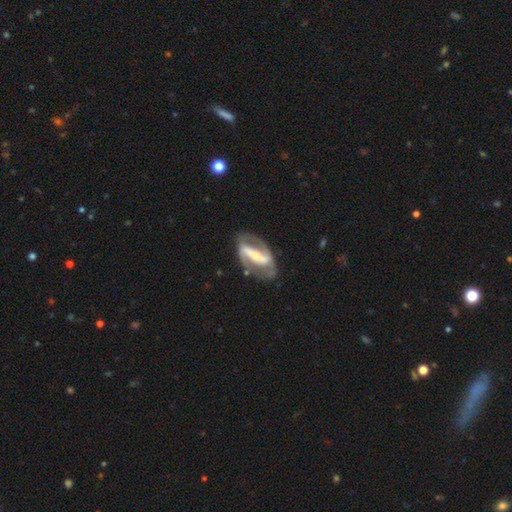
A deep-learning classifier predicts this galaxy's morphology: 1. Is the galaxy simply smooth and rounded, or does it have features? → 84% featured or disk, 11% smooth, 5% star or artifact.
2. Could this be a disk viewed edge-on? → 93% no, 7% yes.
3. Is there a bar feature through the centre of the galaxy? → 74% strong, 17% weak, 10% no.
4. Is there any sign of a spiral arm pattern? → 86% yes, 14% no.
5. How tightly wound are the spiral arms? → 43% medium, 30% loose, 27% tight.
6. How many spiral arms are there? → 88% 2, 6% can't tell, 3% 1, 1% 3, 1% 4, 1% more than 4.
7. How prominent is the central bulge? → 52% small, 37% moderate, 6% large, 4% none, 1% dominant.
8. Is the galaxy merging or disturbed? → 70% none, 17% minor disturbance, 10% major disturbance, 2% merger.